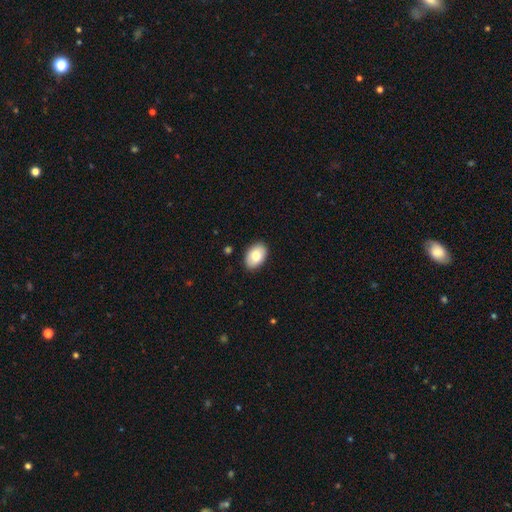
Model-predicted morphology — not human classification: Smooth or featured: smooth — 80% (featured or disk — 13%)
How rounded: in between — 90% (round — 9%)
Merging: none — 88% (minor disturbance — 9%)